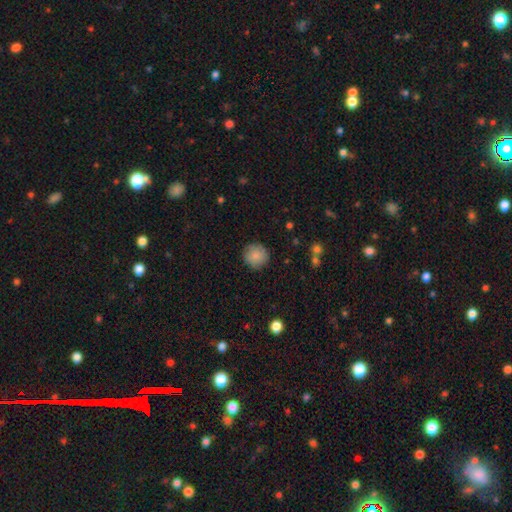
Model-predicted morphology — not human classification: smooth-or-featured: smooth: 84% | featured or disk: 9% | star or artifact: 7%
  how-rounded: round: 93% | in between: 6% | cigar-shaped: 1%
  merging: none: 86% | minor disturbance: 10% | major disturbance: 3% | merger: 1%